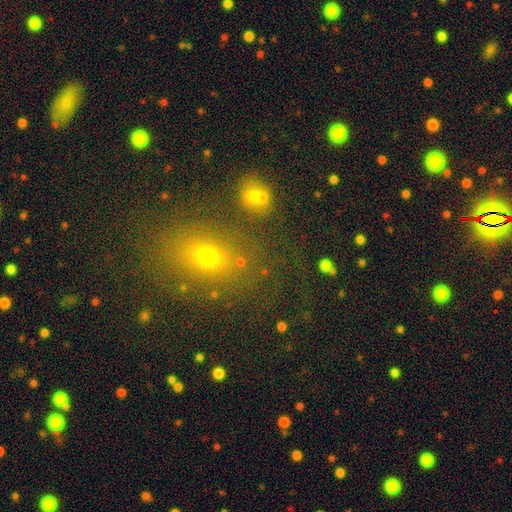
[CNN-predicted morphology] smooth 50%, star or artifact 38%, featured or disk 12%. Down the decision tree: how rounded — in between (58%); merging — none (79%).